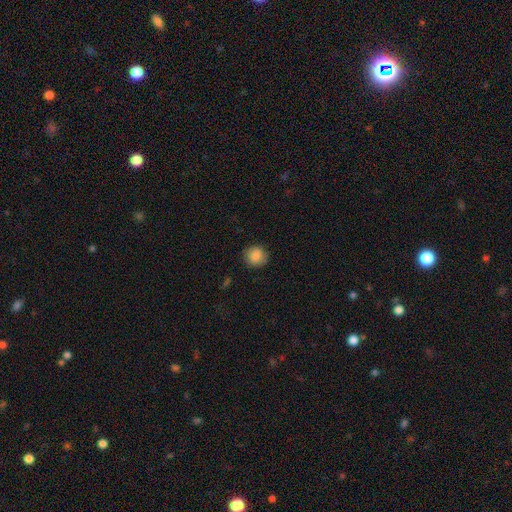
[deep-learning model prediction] smooth-or-featured: smooth: 87% | star or artifact: 8% | featured or disk: 5%
  how-rounded: round: 89% | in between: 10% | cigar-shaped: 1%
  merging: none: 84% | minor disturbance: 12% | major disturbance: 3% | merger: 1%